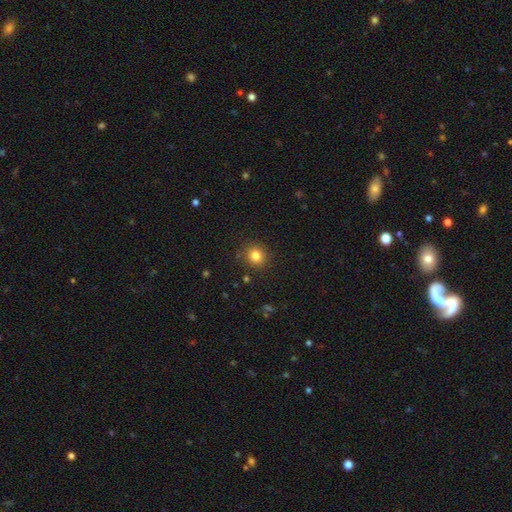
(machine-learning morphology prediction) A smooth galaxy with no disk features (82%) that is round (87%).

Vote fractions:
- Smooth or featured? smooth: 82% / star or artifact: 12% / featured or disk: 6%
- How rounded? round: 87% / in between: 12% / cigar-shaped: 1%
- Merging? none: 89% / minor disturbance: 7% / major disturbance: 2% / merger: 2%